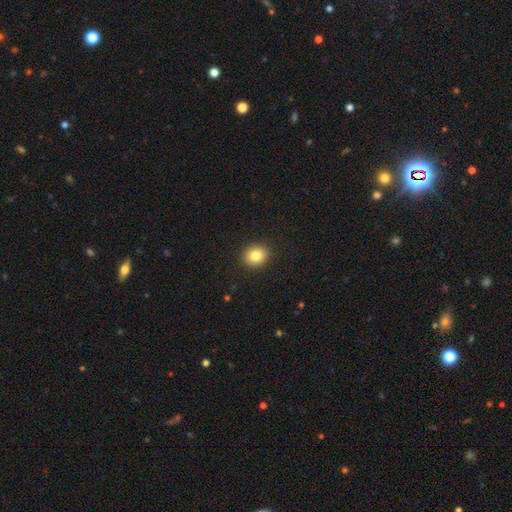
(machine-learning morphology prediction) This appears to be a smooth galaxy with no disk features (83%) that is round (73%). Merging: none (91%).